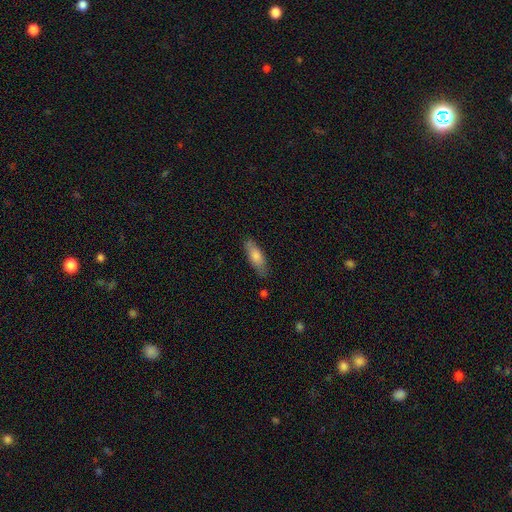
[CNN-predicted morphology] This appears to be a smooth galaxy with no disk features (73%) that is in between round and cigar-shaped (53%). Merging: none (82%).